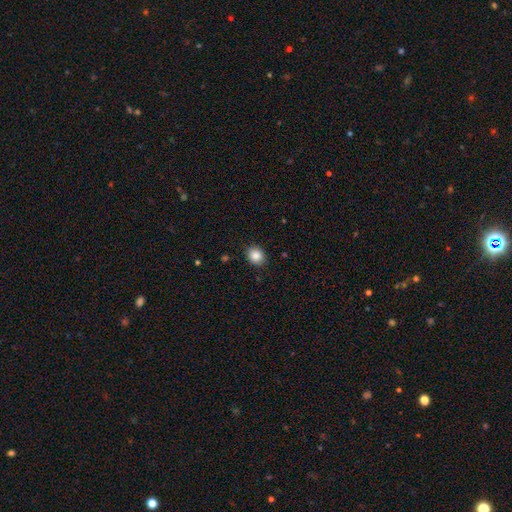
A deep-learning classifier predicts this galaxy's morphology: A smooth galaxy with no disk features (86%) that is round (62%). Merging: none (89%).